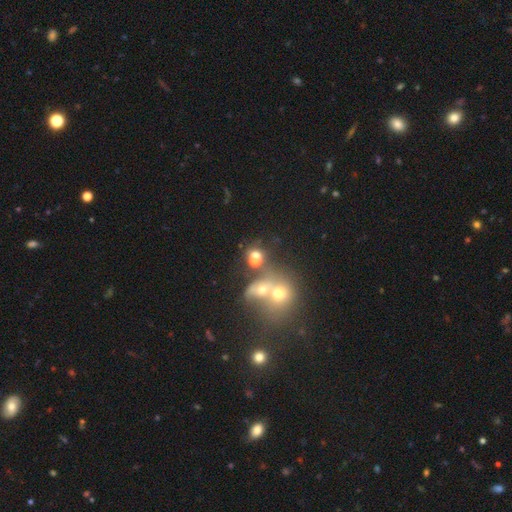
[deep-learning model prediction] This is possibly a smooth galaxy (60%). How rounded: likely round (65%). Merging: possibly merger (50%).